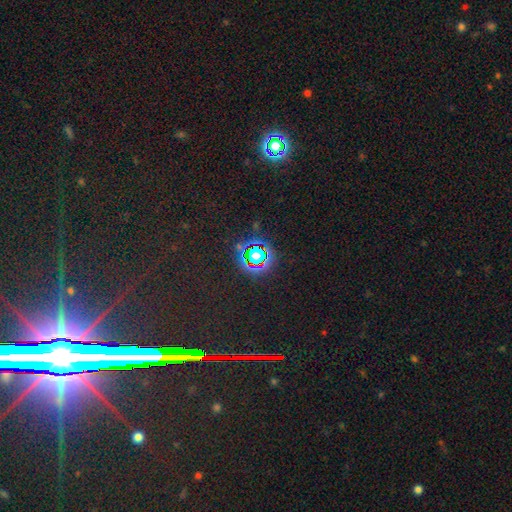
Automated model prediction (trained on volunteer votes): The model was most divided on "smooth or featured": star or artifact: 70%, smooth: 19%, featured or disk: 10%.